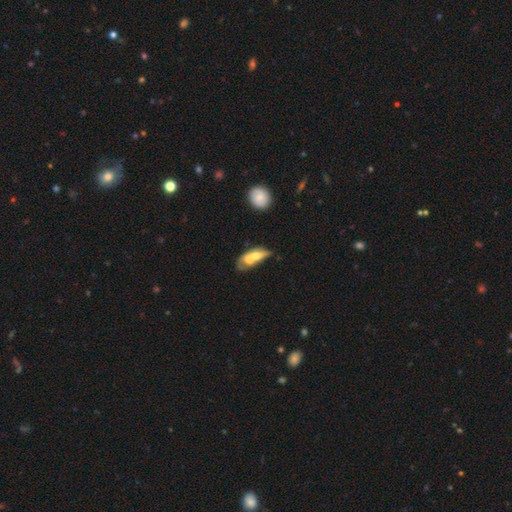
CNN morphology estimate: smooth-or-featured: smooth: 52% | featured or disk: 41% | star or artifact: 7%
  how-rounded: in between: 78% | cigar-shaped: 13% | round: 9%
  merging: merger: 64% | none: 15% | minor disturbance: 11% | major disturbance: 11%